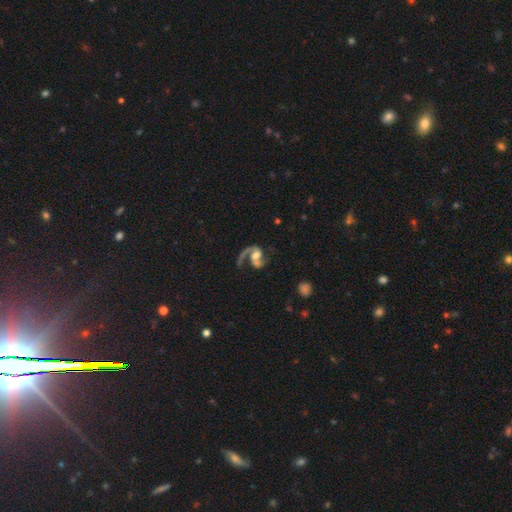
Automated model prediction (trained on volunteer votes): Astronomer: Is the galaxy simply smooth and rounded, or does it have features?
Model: featured or disk — 87%.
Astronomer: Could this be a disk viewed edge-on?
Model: no — 98%.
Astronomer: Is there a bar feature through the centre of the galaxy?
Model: no — 49% (runner-up: weak, 36%).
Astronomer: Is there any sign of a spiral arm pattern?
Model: yes — 96%.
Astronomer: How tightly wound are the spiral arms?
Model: medium — 47% (runner-up: loose, 43%).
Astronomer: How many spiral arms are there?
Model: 2 — 72%.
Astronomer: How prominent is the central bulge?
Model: moderate — 50%.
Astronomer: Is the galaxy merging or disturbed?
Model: none — 47% (runner-up: major disturbance, 26%).